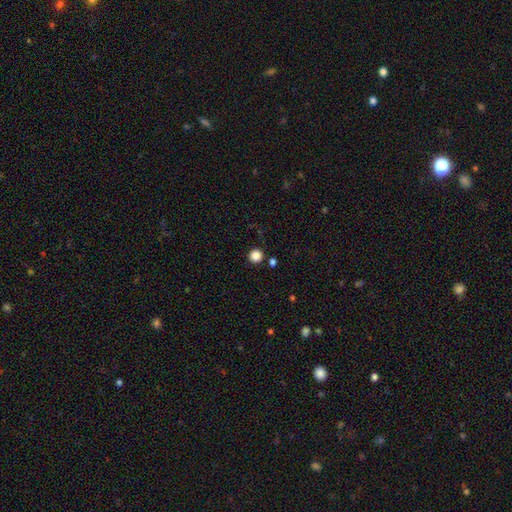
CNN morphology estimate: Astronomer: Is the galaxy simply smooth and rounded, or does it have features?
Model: smooth — 86%.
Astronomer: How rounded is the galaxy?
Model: round — 95%.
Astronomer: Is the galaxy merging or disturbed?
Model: none — 89%.